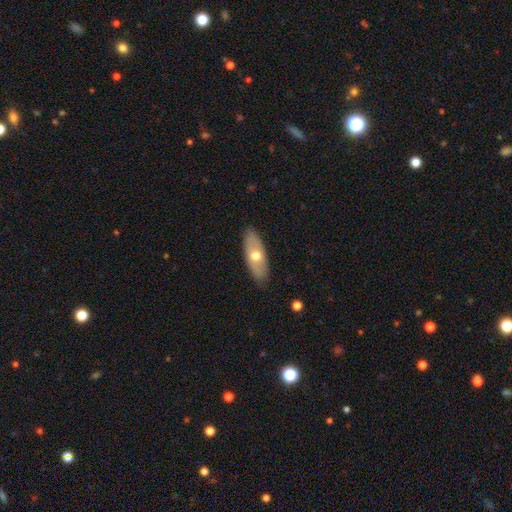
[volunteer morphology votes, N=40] type=featured or disk (62%); edge-on=no (60%); bar=no (100%); spiral arms=no (93%); bulge=moderate (73%); merging=none (92%).